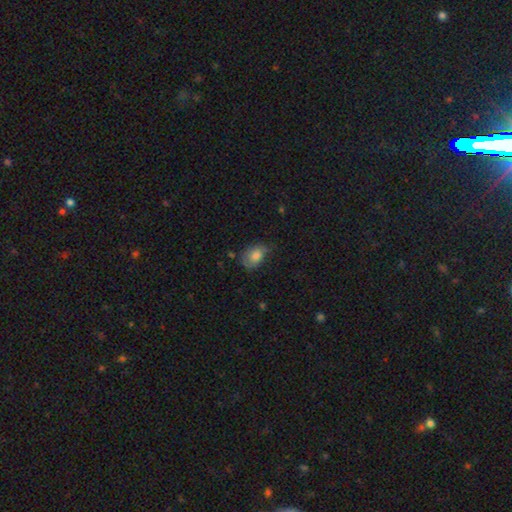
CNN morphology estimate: Smooth or featured? smooth (77%)
How rounded? in between (78%)
Merging? none (47%)